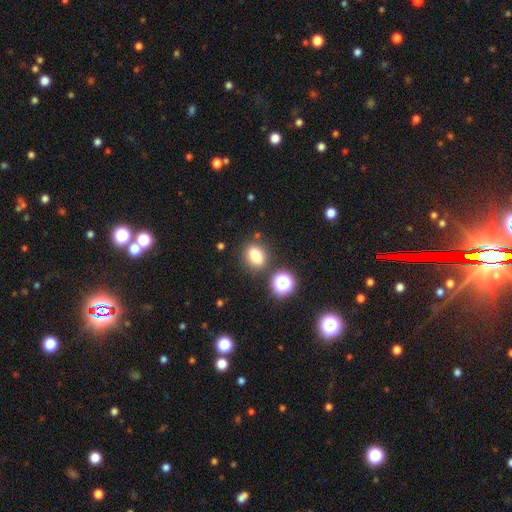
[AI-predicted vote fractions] smooth_or_featured: smooth (p=0.79) [alt: star or artifact p=0.14]
how_rounded: in between (p=0.53) [alt: round p=0.45]
merging: none (p=0.79) [alt: minor disturbance p=0.11]